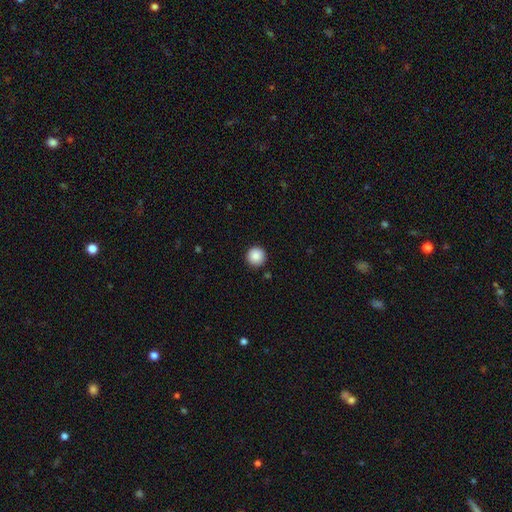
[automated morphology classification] This appears to be a smooth galaxy with no disk features (88%) that is round (96%). Merging: none (92%).